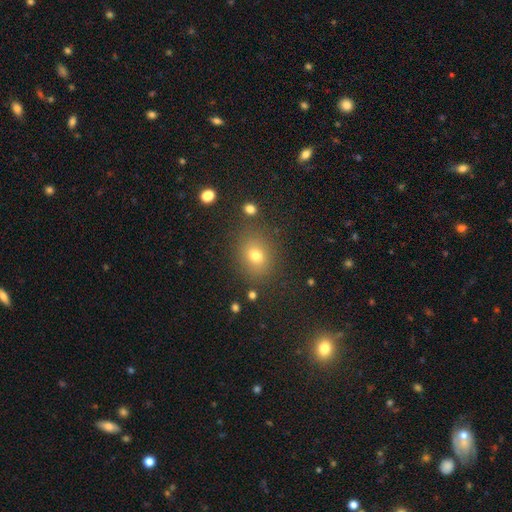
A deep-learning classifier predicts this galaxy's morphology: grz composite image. It shows a smooth galaxy with no disk features (72%) that is round (56%). Merging: none (83%).